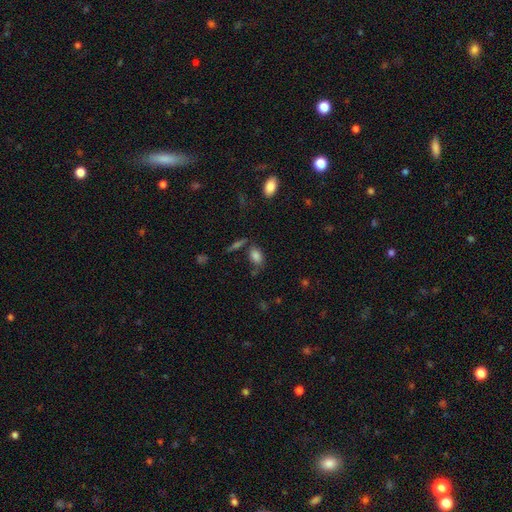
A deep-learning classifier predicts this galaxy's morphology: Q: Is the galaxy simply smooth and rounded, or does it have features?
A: smooth — 82%.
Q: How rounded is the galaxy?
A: in between — 86%.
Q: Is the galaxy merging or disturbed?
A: none — 63%.